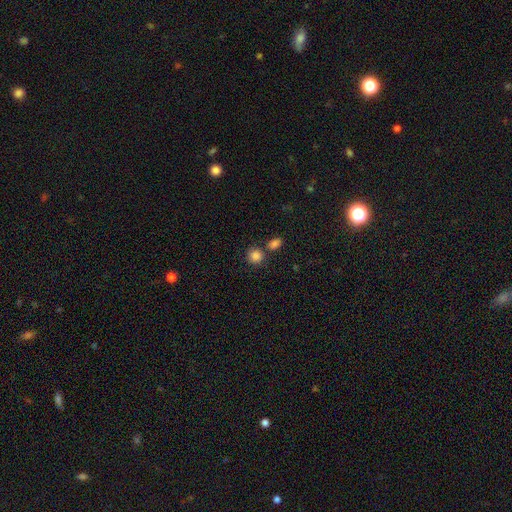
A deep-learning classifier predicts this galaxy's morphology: The model was most divided on "merging": none: 68%, merger: 20%, minor disturbance: 9%, major disturbance: 3%. More confident: smooth or featured — smooth (86%); how rounded — round (84%).